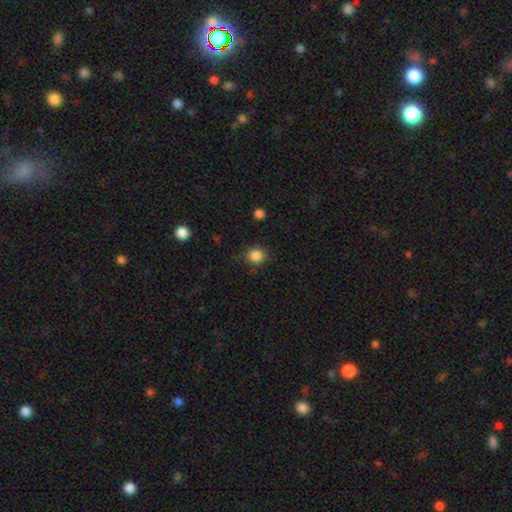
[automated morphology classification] A smooth galaxy with no disk features (86%) that is round (84%). Merging: none (84%).